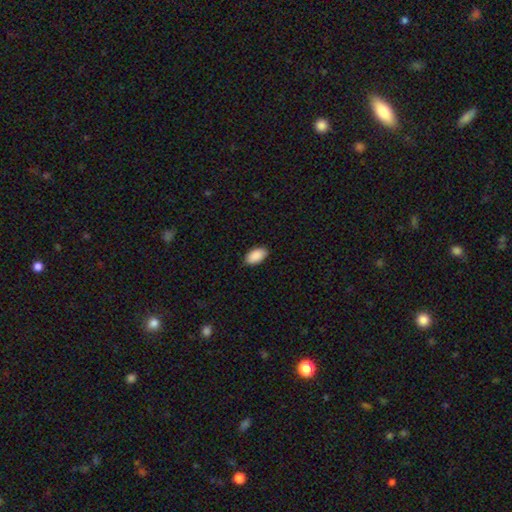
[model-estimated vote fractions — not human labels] This is clearly a smooth galaxy (91%). How rounded: clearly in between (95%). Merging: clearly none (87%).